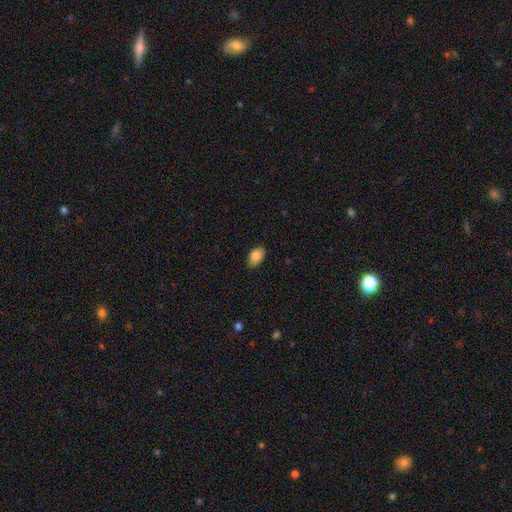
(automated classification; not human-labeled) smooth 85%, star or artifact 8%, featured or disk 7%. Down the decision tree: how rounded — in between (91%); merging — none (85%).